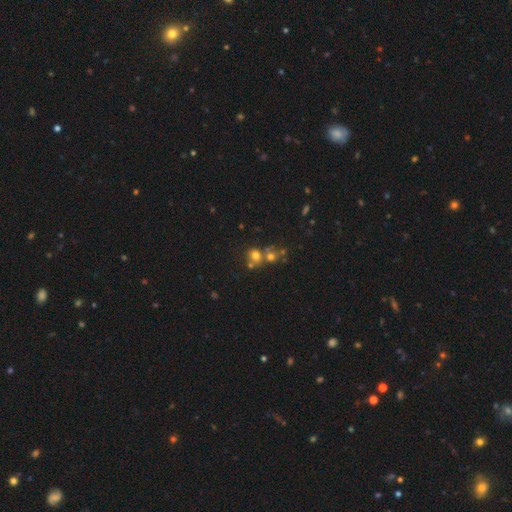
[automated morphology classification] smooth_or_featured: smooth (p=0.64) [alt: star or artifact p=0.20]
how_rounded: round (p=0.79) [alt: in between p=0.20]
merging: none (p=0.45) [alt: merger p=0.42]